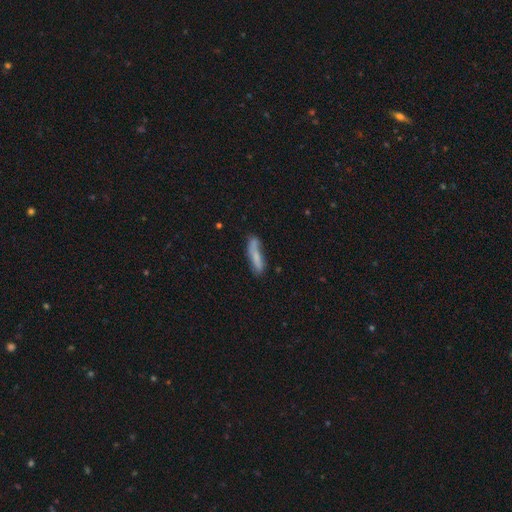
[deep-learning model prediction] This is likely a smooth galaxy (66%). How rounded: likely cigar-shaped (77%). Merging: likely none (61%).